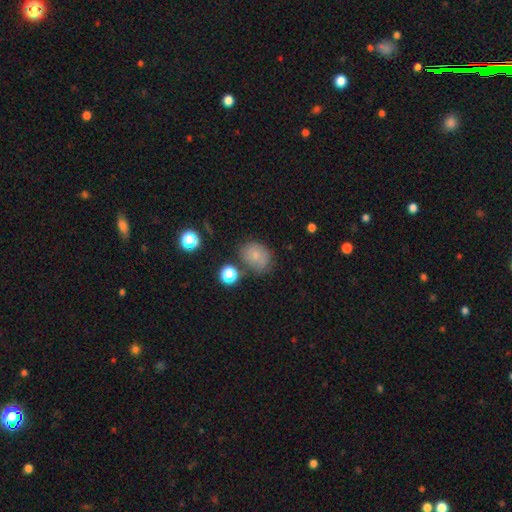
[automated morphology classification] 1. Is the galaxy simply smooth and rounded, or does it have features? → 74% smooth, 14% featured or disk, 12% star or artifact.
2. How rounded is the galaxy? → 53% in between, 46% round, 1% cigar-shaped.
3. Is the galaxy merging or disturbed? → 62% none, 23% minor disturbance, 8% merger, 7% major disturbance.